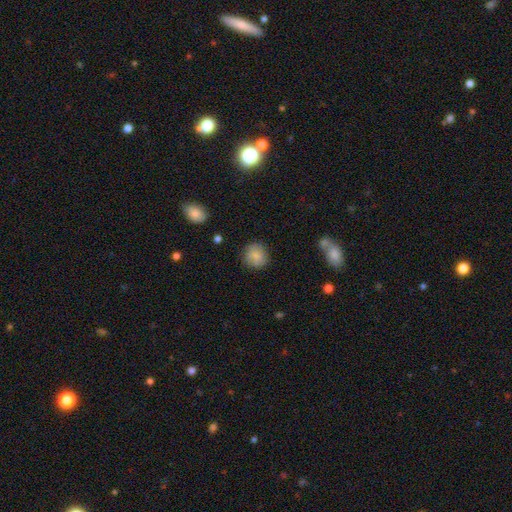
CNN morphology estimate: Q: Smooth or featured?
A: smooth (84%); runner-up: star or artifact (8%)
Q: How rounded?
A: round (88%); runner-up: in between (10%)
Q: Merging?
A: none (85%); runner-up: minor disturbance (10%)